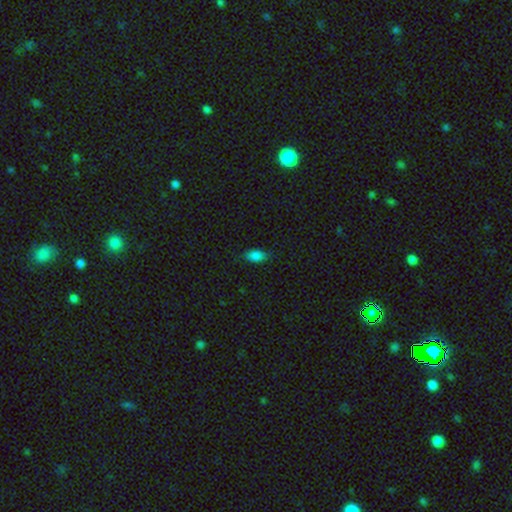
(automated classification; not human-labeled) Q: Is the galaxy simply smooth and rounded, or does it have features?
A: smooth — 85%.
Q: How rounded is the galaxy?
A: in between — 92%.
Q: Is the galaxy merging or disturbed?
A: none — 81%.